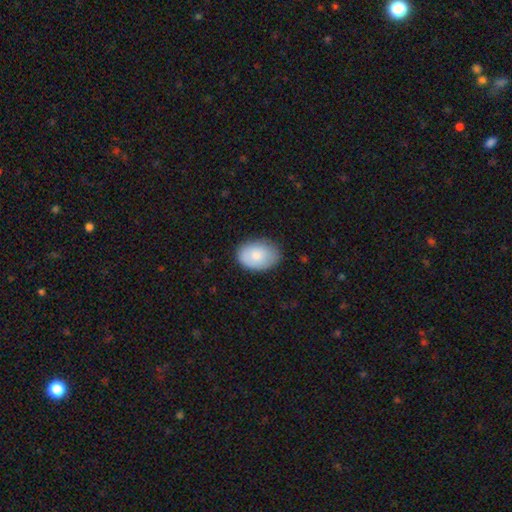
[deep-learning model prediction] smooth_or_featured: smooth (p=0.81) [alt: featured or disk p=0.13]
how_rounded: in between (p=0.83) [alt: round p=0.16]
merging: none (p=0.80) [alt: minor disturbance p=0.16]